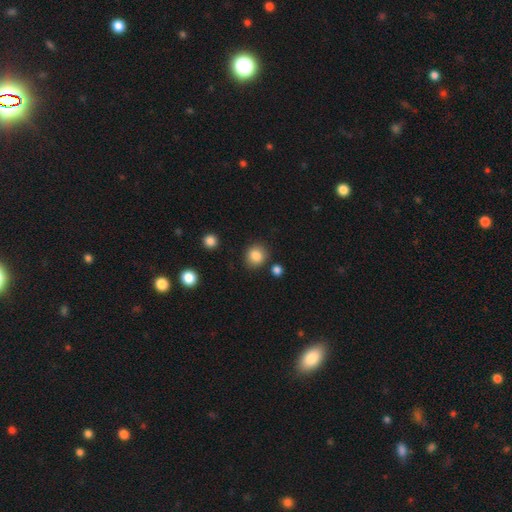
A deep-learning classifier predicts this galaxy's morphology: This is clearly a smooth galaxy (85%). How rounded: clearly round (82%). Merging: clearly none (82%).